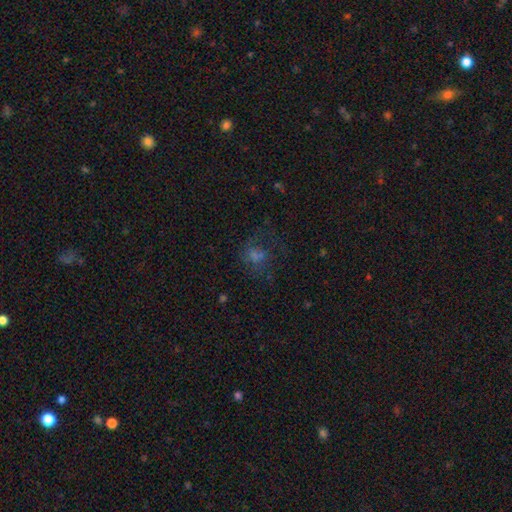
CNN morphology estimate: This appears to be a smooth galaxy with no disk features (40%). Merging: none (49%).